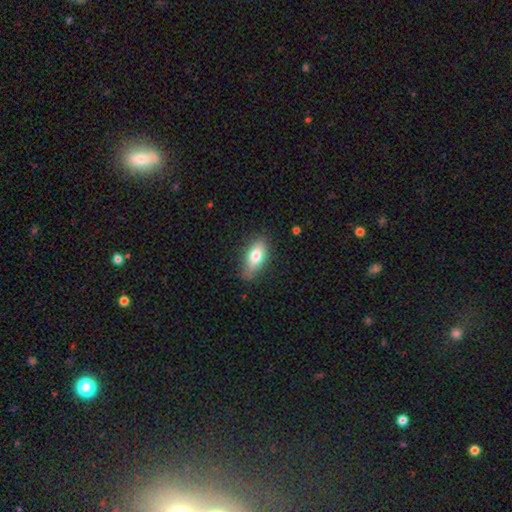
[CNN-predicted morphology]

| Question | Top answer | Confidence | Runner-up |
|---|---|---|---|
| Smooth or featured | smooth | 74% | featured or disk (19%) |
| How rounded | in between | 83% | cigar-shaped (13%) |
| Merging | none | 79% | minor disturbance (16%) |